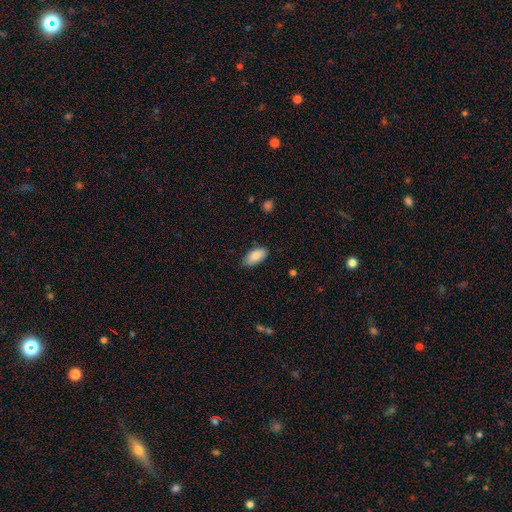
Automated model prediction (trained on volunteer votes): This is clearly a smooth galaxy (86%). How rounded: clearly in between (94%). Merging: likely none (79%).